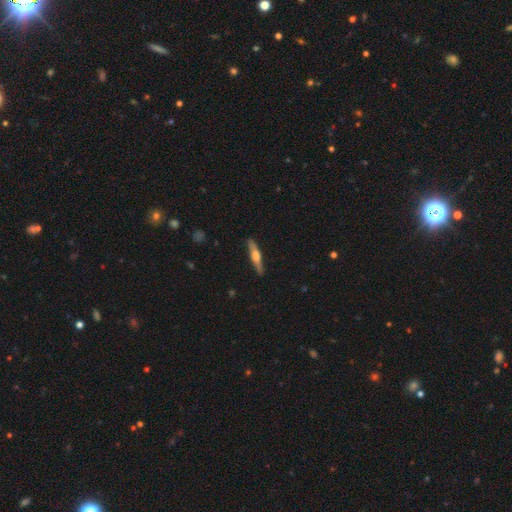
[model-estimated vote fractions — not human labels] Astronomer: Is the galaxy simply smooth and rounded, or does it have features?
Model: featured or disk — 60%.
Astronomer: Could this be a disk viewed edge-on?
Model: yes — 96%.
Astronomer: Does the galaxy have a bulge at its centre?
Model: rounded — 87%.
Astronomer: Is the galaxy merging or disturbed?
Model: none — 89%.